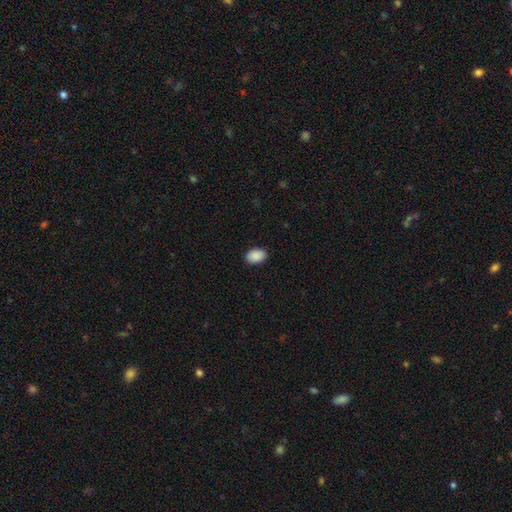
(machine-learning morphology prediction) Overall: smooth (90%). How rounded: in between (87%). Merging: none (88%).